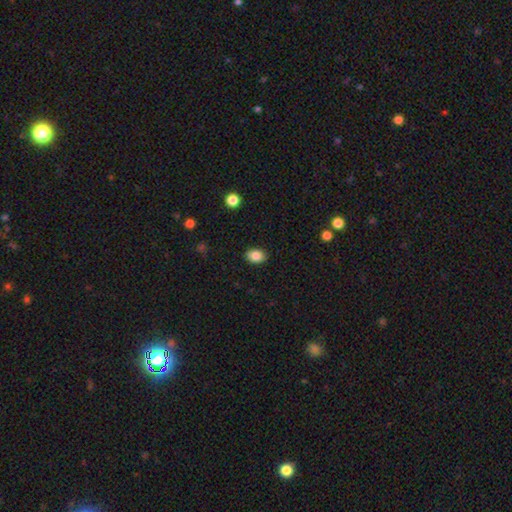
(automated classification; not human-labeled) smooth-or-featured: smooth: 86% | star or artifact: 9% | featured or disk: 6%
  how-rounded: in between: 77% | round: 22% | cigar-shaped: 1%
  merging: none: 89% | minor disturbance: 8% | major disturbance: 2% | merger: 1%